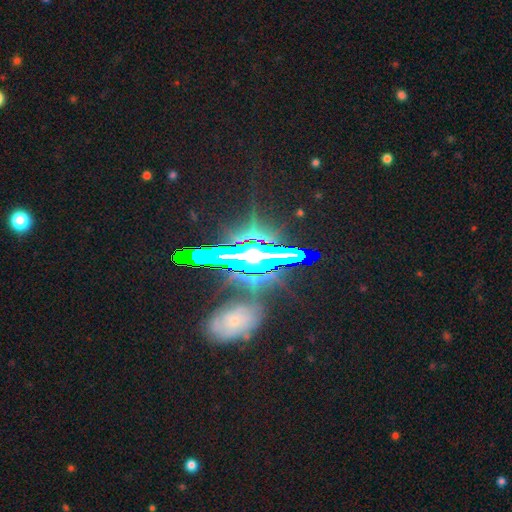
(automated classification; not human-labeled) This is likely a star or artifact rather than a galaxy (73%).